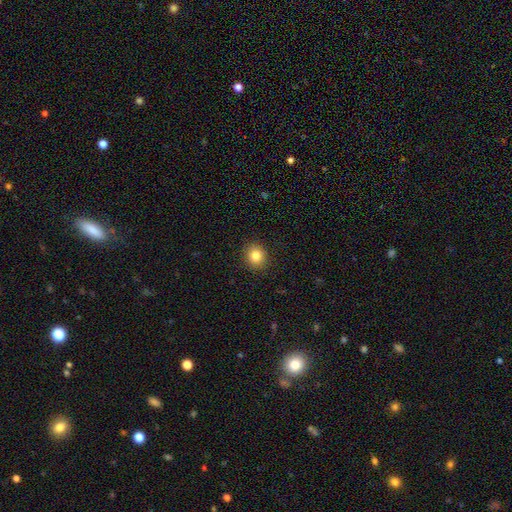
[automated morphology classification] This appears to be a smooth galaxy with no disk features (83%) that is round (80%). Merging: none (91%).